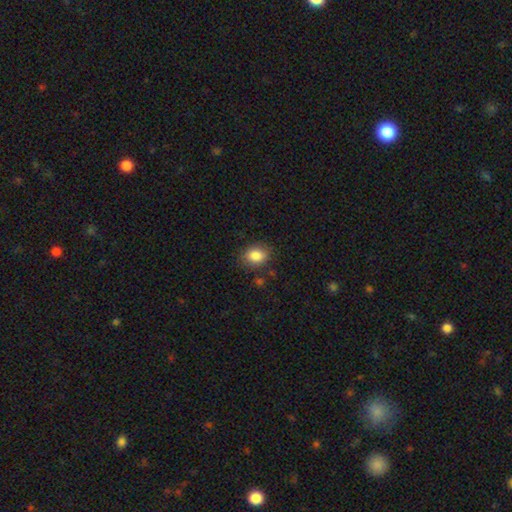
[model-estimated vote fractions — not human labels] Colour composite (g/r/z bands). It shows a smooth galaxy with no disk features (85%) that is in between round and cigar-shaped (58%). Merging: none (83%).